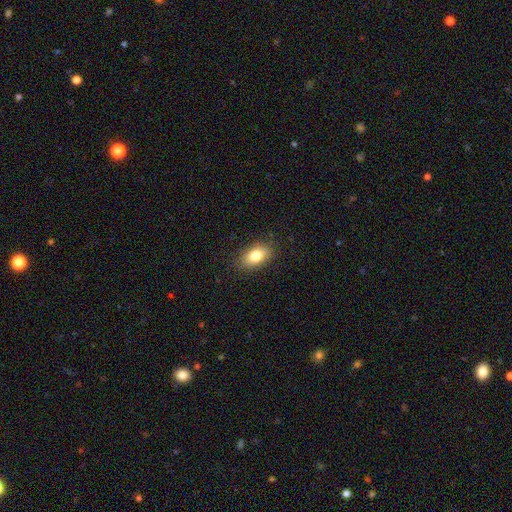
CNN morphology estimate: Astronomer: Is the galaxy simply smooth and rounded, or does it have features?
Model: smooth — 79%.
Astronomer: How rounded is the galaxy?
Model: in between — 87%.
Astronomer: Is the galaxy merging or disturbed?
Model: none — 86%.